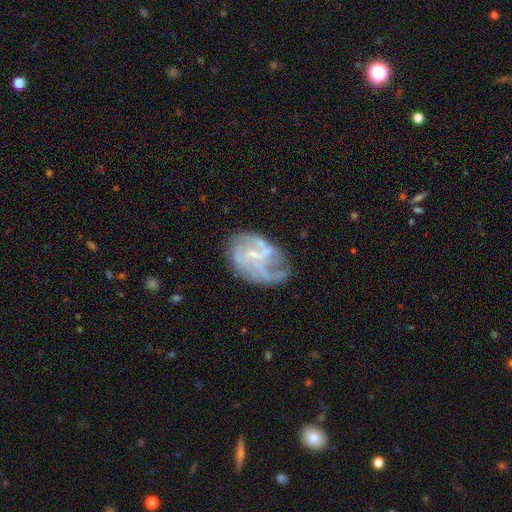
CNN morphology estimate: Smooth or featured? Predicted: featured or disk (p=0.77). Edge-on disk? Predicted: no (p=0.98). Bar? Predicted: weak (p=0.49). Spiral arms? Predicted: yes (p=0.79). Spiral winding? Predicted: medium (p=0.41). Spiral arm count? Predicted: can't tell (p=0.35). Bulge size? Predicted: small (p=0.60). Merging? Predicted: none (p=0.46).